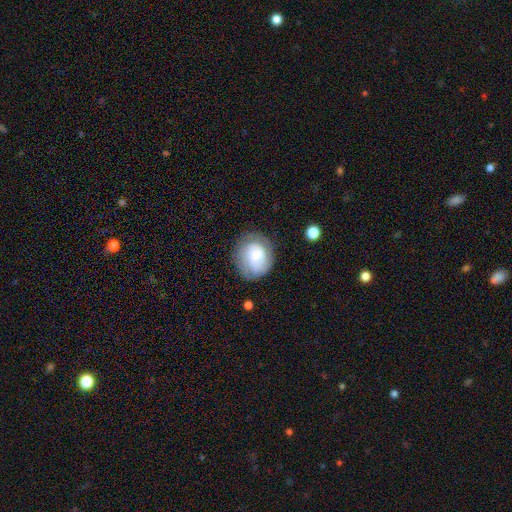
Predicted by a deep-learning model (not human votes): Q: Smooth or featured?
A: smooth (58%); runner-up: featured or disk (34%)
Q: How rounded?
A: round (66%); runner-up: in between (33%)
Q: Merging?
A: none (66%); runner-up: minor disturbance (22%)